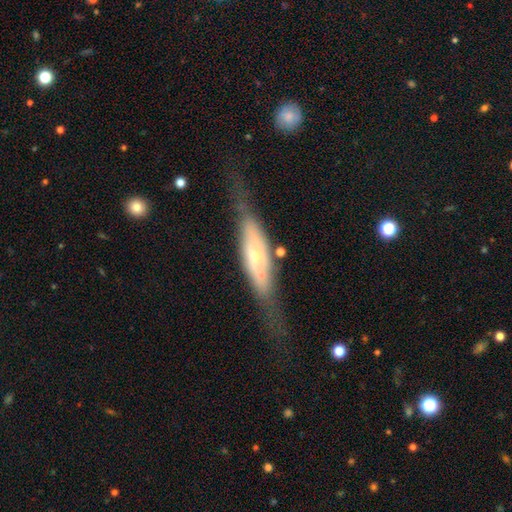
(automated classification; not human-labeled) A featured or disk galaxy (63%) viewed edge-on (62%). Merging: none (53%).